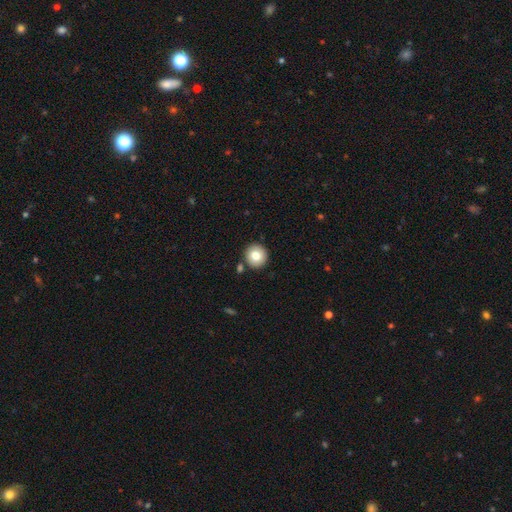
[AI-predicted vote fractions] The model was most divided on "smooth or featured": smooth: 81%, featured or disk: 10%, star or artifact: 9%. More confident: how rounded — round (94%); merging — none (86%).